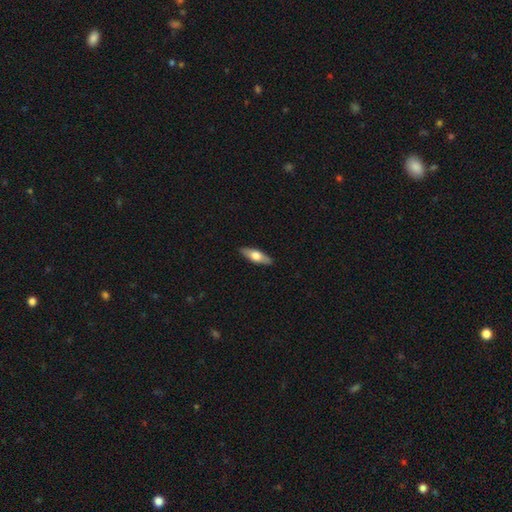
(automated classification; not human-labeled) Smooth or featured: smooth — 54% (featured or disk — 40%)
How rounded: in between — 54% (cigar-shaped — 44%)
Merging: none — 89% (minor disturbance — 8%)